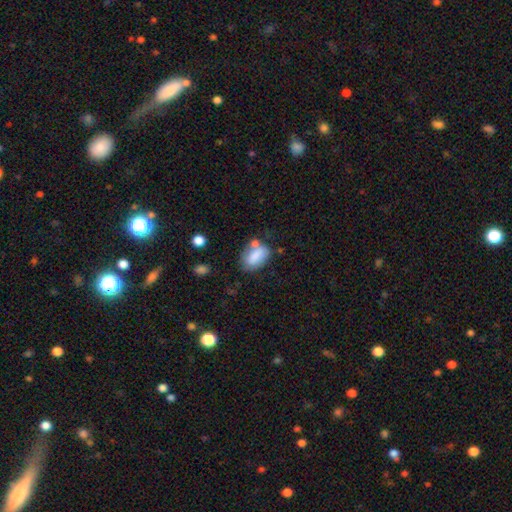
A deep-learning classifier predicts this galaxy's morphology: This is likely a smooth galaxy (78%). How rounded: clearly in between (88%). Merging: possibly none (48%).